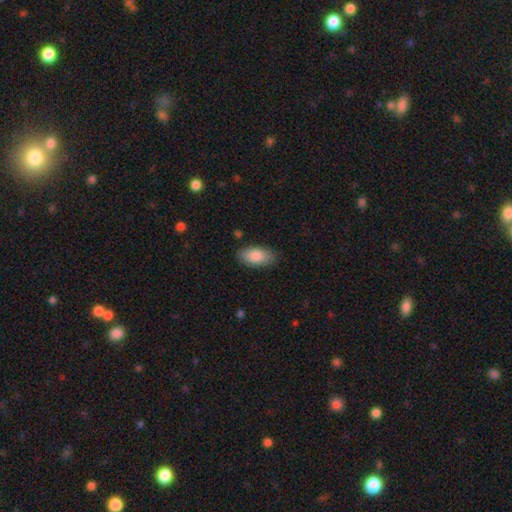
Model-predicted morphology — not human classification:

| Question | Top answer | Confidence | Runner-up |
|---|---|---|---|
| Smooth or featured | smooth | 85% | featured or disk (9%) |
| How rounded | in between | 92% | cigar-shaped (5%) |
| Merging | none | 86% | minor disturbance (11%) |